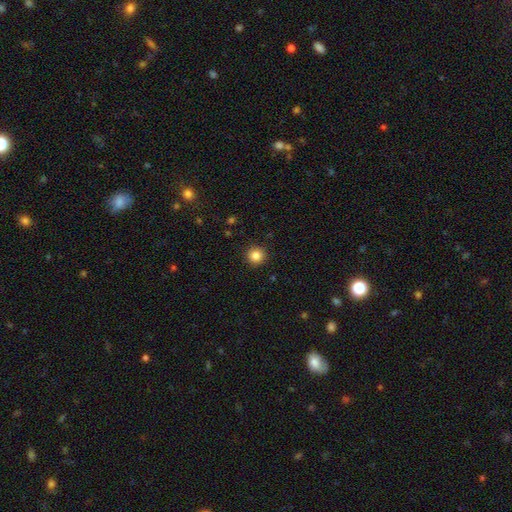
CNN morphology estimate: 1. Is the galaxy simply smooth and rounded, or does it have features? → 85% smooth, 11% star or artifact, 5% featured or disk.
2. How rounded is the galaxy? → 95% round, 4% in between, 1% cigar-shaped.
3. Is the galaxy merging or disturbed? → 92% none, 5% minor disturbance, 2% major disturbance, 1% merger.